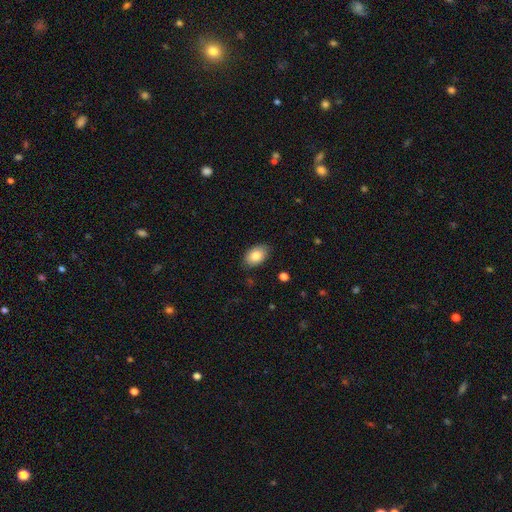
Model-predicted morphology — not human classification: smooth_or_featured: smooth (p=0.85) [alt: featured or disk p=0.08]
how_rounded: in between (p=0.89) [alt: round p=0.10]
merging: none (p=0.85) [alt: minor disturbance p=0.11]